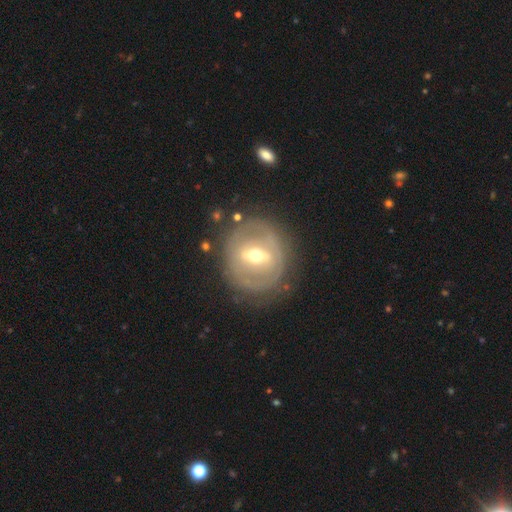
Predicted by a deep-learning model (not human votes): Smooth or featured: featured or disk — 73% (smooth — 21%)
Edge-on disk: no — 91% (yes — 9%)
Bar: strong — 54% (weak — 33%)
Spiral arms: no — 61% (yes — 39%)
Bulge size: moderate — 65% (small — 28%)
Merging: none — 77% (minor disturbance — 14%)